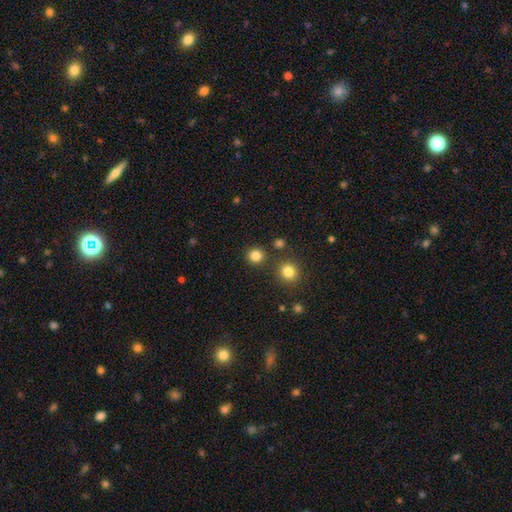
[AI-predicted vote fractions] The model was most divided on "smooth or featured": smooth: 83%, star or artifact: 13%, featured or disk: 4%. More confident: how rounded — round (91%); merging — none (85%).